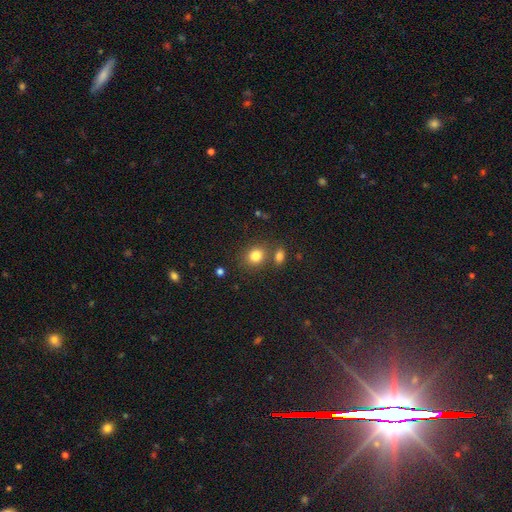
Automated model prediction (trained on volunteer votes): The model was most divided on "how rounded": round: 70%, in between: 29%, cigar-shaped: 1%. More confident: smooth or featured — smooth (82%); merging — none (69%).